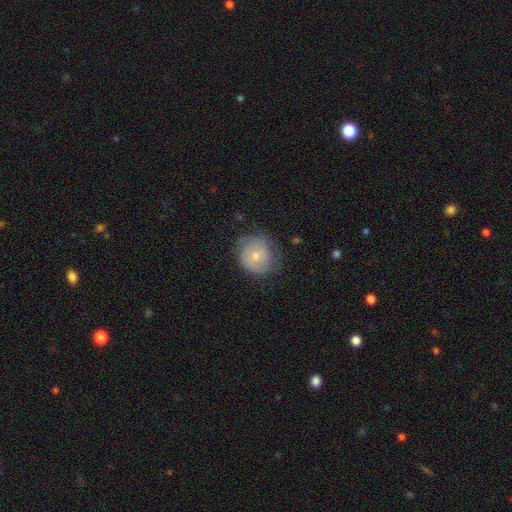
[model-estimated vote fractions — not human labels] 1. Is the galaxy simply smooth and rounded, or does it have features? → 61% smooth, 31% featured or disk, 8% star or artifact.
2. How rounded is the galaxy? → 87% round, 12% in between, 1% cigar-shaped.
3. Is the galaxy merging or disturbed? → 66% none, 24% minor disturbance, 9% major disturbance, 1% merger.